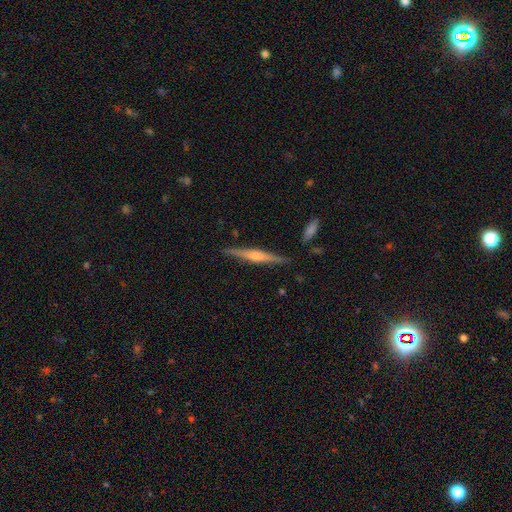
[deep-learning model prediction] Morphology: type=featured or disk (72%); edge-on=yes (98%); edge-on bulge=rounded (79%); merging=none (88%).